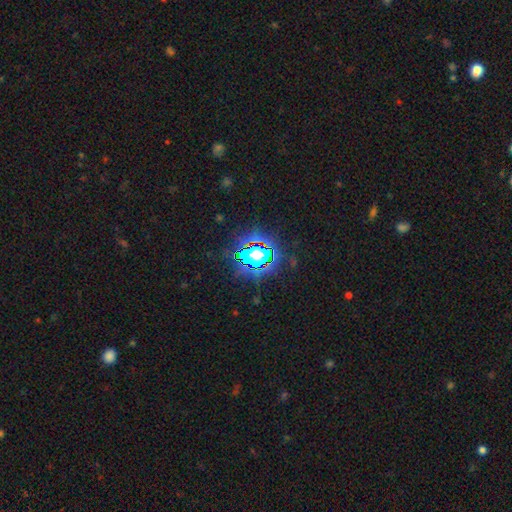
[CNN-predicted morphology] smooth_or_featured: star or artifact (p=0.80) [alt: smooth p=0.12]